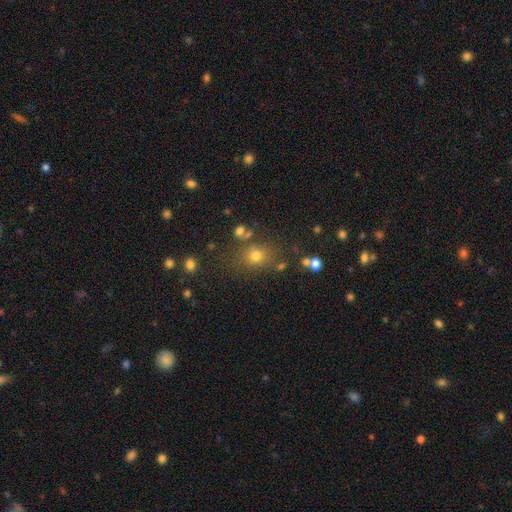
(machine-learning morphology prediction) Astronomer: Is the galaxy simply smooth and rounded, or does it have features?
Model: smooth — 69%.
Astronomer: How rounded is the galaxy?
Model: round — 72%.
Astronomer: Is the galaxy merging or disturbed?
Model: none — 73%.